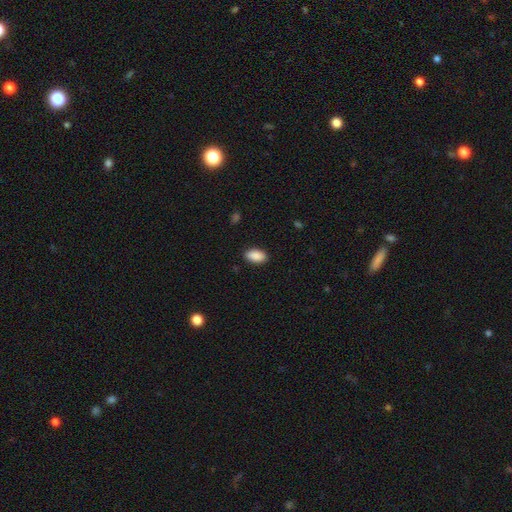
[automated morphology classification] smooth 90%, star or artifact 7%, featured or disk 3%. Down the decision tree: how rounded — in between (93%); merging — none (88%).